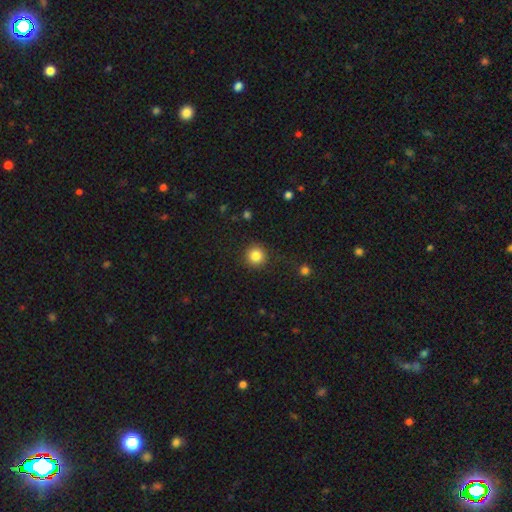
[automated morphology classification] Q: Smooth or featured?
A: smooth (84%); runner-up: star or artifact (11%)
Q: How rounded?
A: round (94%); runner-up: in between (5%)
Q: Merging?
A: none (90%); runner-up: minor disturbance (6%)